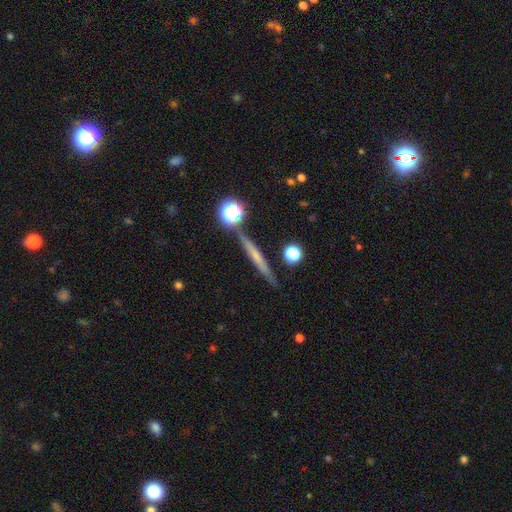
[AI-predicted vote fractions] Smooth or featured? smooth (47%)
Merging? none (86%)